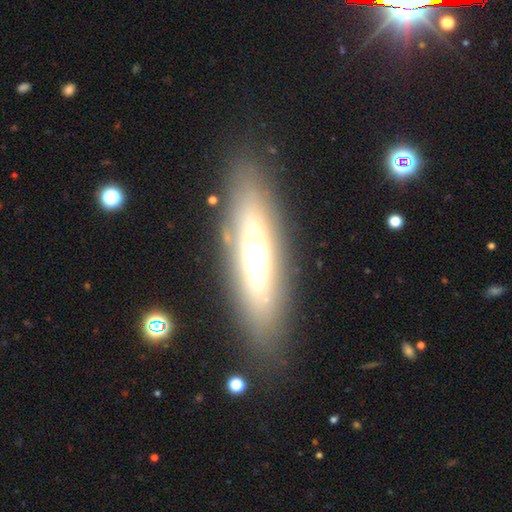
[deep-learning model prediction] This is possibly a featured or disk galaxy (56%). It is likely viewed edge-on (75%). Merging: clearly none (81%).